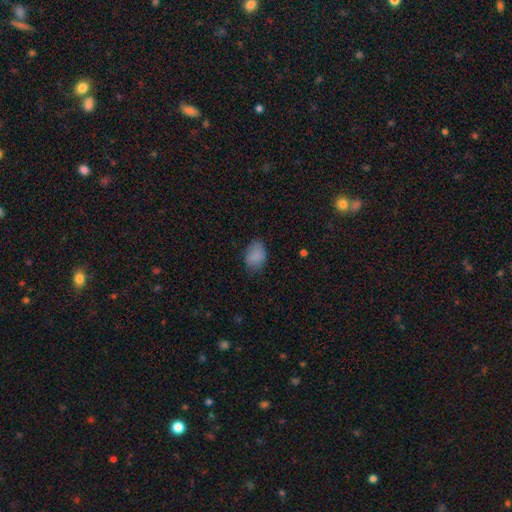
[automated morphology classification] Smooth or featured?
  - smooth: 85% *
  - star or artifact: 9%
  - featured or disk: 6%
How rounded?
  - in between: 77% *
  - round: 22%
  - cigar-shaped: 1%
Merging?
  - none: 72% *
  - minor disturbance: 21%
  - major disturbance: 5%
  - merger: 1%